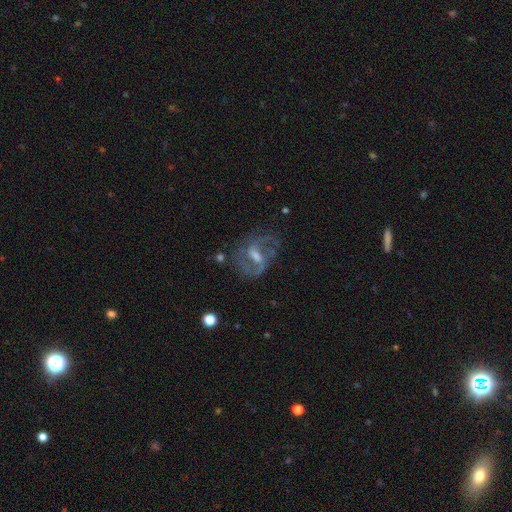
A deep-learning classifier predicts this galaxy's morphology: The model was most divided on "bulge size": moderate: 46%, small: 37%, none: 11%, large: 5%, dominant: 1%. More confident: edge-on disk — no (96%); spiral arms — yes (91%); smooth or featured — featured or disk (81%); spiral arm count — 2 (75%); merging — none (65%); spiral winding — medium (51%); bar — weak (50%).